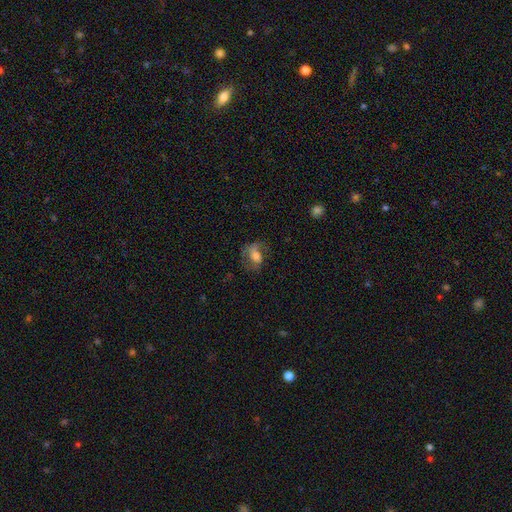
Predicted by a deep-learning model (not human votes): Smooth or featured?
  - smooth: 49% *
  - featured or disk: 42%
  - star or artifact: 9%
Merging?
  - none: 55% *
  - minor disturbance: 23%
  - major disturbance: 20%
  - merger: 2%